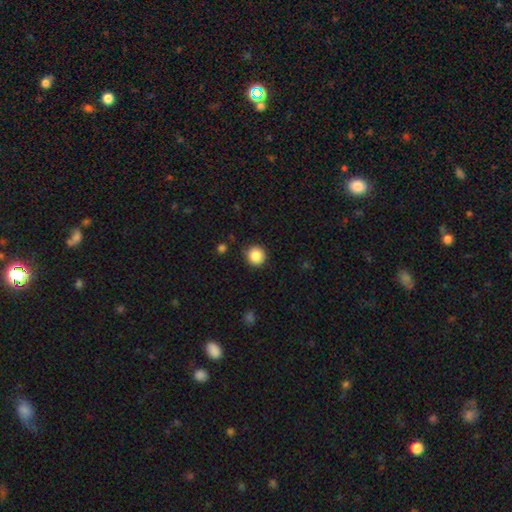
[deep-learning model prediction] smooth 86%, star or artifact 9%, featured or disk 5%. Down the decision tree: how rounded — round (94%); merging — none (90%).